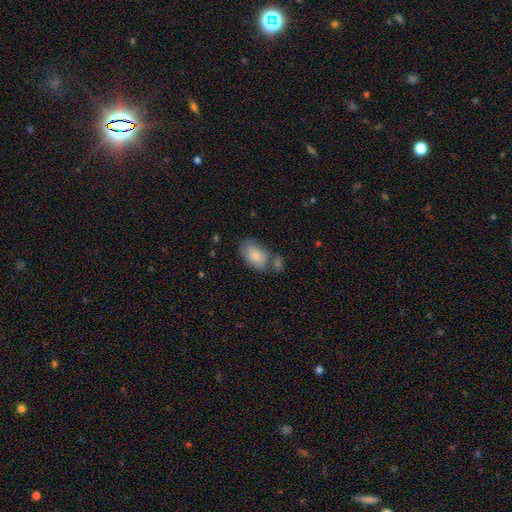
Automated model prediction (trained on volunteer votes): Overall: smooth (81%). How rounded: in between (93%). Merging: none (54%; minor disturbance 20%).